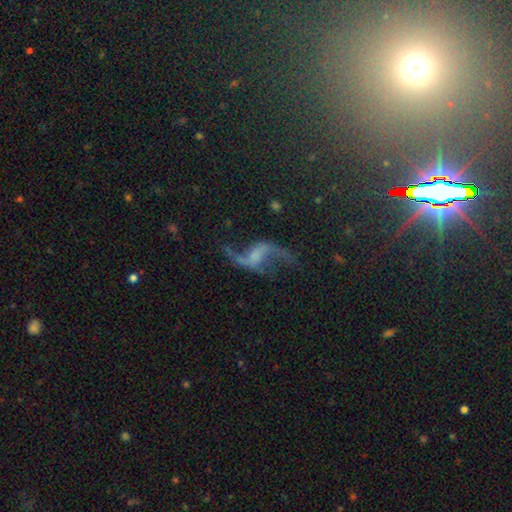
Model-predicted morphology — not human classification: Smooth or featured: featured or disk — 85% (star or artifact — 8%)
Edge-on disk: no — 96% (yes — 4%)
Bar: weak — 43% (no — 32%)
Spiral arms: yes — 95% (no — 5%)
Spiral winding: loose — 91% (medium — 7%)
Spiral arm count: 2 — 93% (1 — 3%)
Bulge size: none — 48% (small — 26%)
Merging: none — 65% (major disturbance — 16%)